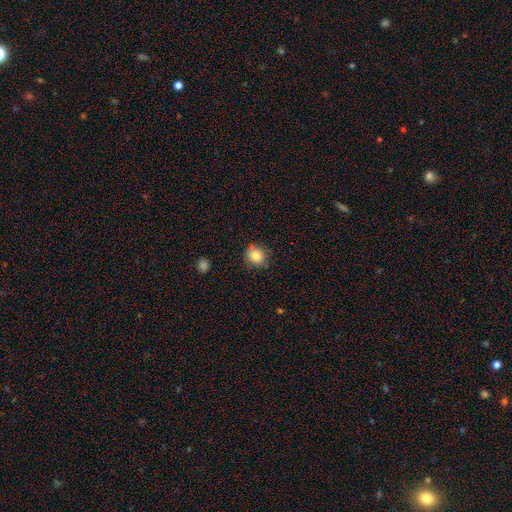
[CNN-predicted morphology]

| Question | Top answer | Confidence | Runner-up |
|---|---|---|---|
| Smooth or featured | smooth | 83% | star or artifact (10%) |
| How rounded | round | 87% | in between (12%) |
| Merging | none | 81% | minor disturbance (14%) |